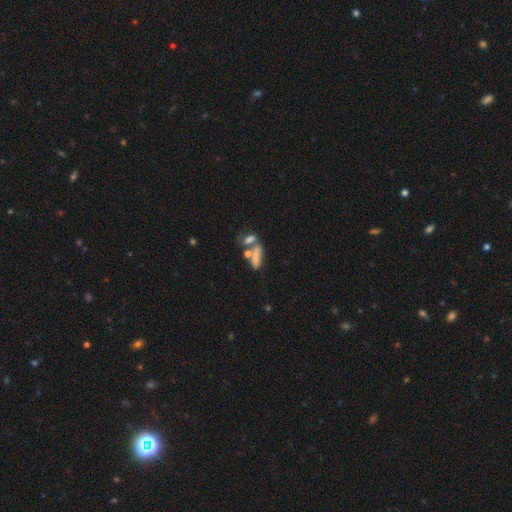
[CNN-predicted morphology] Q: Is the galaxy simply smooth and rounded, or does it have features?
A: smooth — 68%.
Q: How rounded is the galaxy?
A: in between — 57%.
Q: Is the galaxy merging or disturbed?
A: merger — 48%.